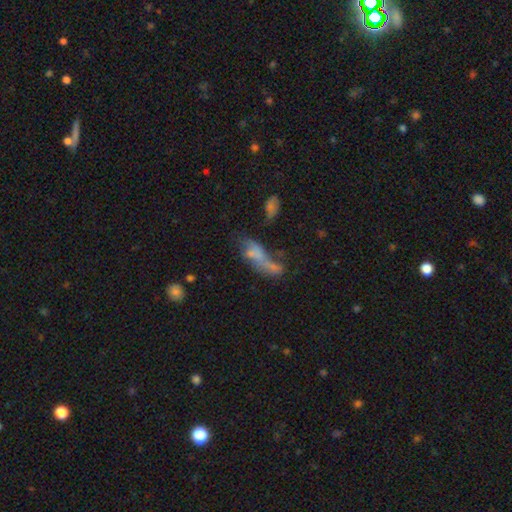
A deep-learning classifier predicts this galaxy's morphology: smooth-or-featured: smooth: 45% | featured or disk: 36% | star or artifact: 19%
  merging: merger: 33% | none: 28% | major disturbance: 24% | minor disturbance: 16%